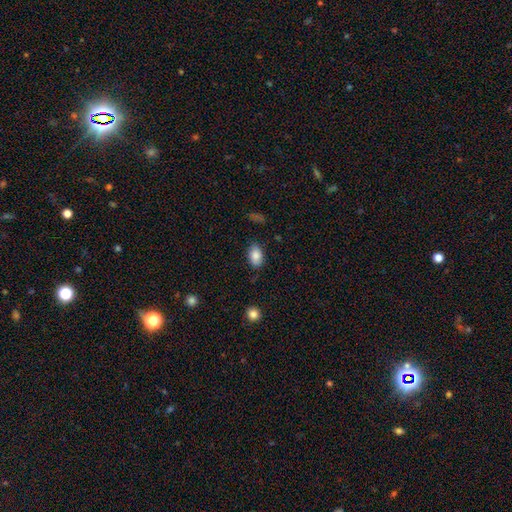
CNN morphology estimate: A smooth galaxy with no disk features (85%) that is in between round and cigar-shaped (89%).

Vote fractions:
- Smooth or featured? smooth: 85% / featured or disk: 8% / star or artifact: 7%
- How rounded? in between: 89% / round: 9% / cigar-shaped: 2%
- Merging? none: 80% / minor disturbance: 15% / major disturbance: 3% / merger: 2%